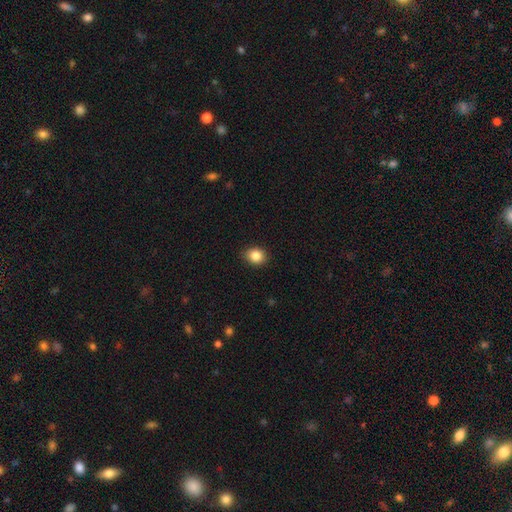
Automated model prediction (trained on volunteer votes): smooth 86%, star or artifact 10%, featured or disk 5%. Down the decision tree: how rounded — round (63%); merging — none (89%).